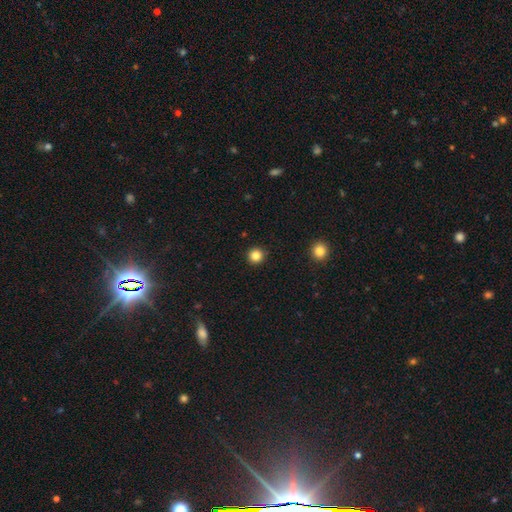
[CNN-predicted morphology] Smooth or featured: smooth — 84% (star or artifact — 12%)
How rounded: round — 95% (in between — 4%)
Merging: none — 93% (minor disturbance — 5%)